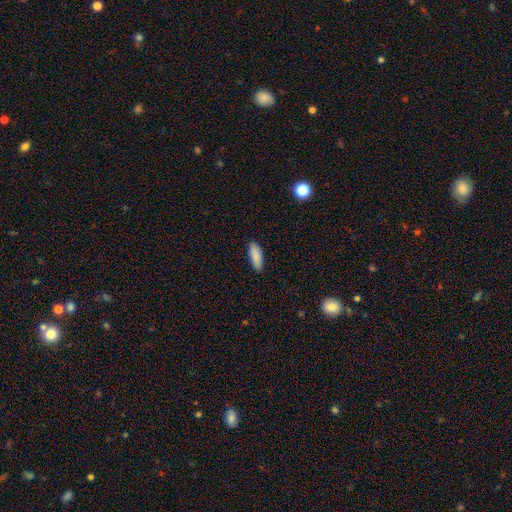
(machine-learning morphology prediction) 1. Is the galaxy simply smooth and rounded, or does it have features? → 89% smooth, 6% star or artifact, 4% featured or disk.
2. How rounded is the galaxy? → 65% in between, 33% cigar-shaped, 2% round.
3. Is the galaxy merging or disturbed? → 90% none, 8% minor disturbance, 2% major disturbance, 1% merger.